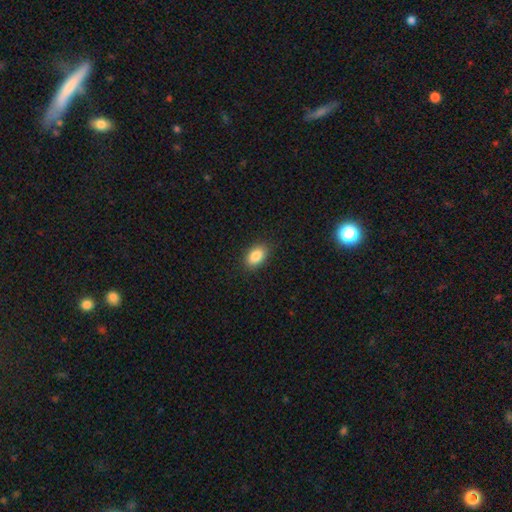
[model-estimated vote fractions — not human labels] Smooth or featured?
  - smooth: 86% *
  - star or artifact: 8%
  - featured or disk: 6%
How rounded?
  - in between: 89% *
  - round: 9%
  - cigar-shaped: 2%
Merging?
  - none: 87% *
  - minor disturbance: 10%
  - major disturbance: 2%
  - merger: 1%